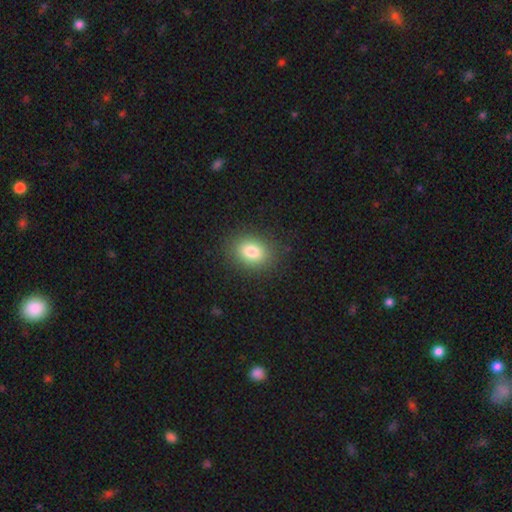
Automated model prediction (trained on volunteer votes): smooth-or-featured: smooth: 82% | star or artifact: 11% | featured or disk: 7%
  how-rounded: in between: 59% | round: 40% | cigar-shaped: 1%
  merging: none: 91% | minor disturbance: 7% | major disturbance: 2% | merger: 1%